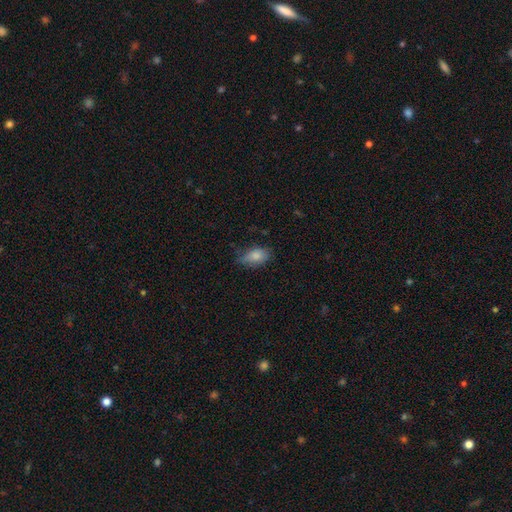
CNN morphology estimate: This appears to be a smooth galaxy with no disk features (83%) that is in between round and cigar-shaped (90%). Merging: none (64%).